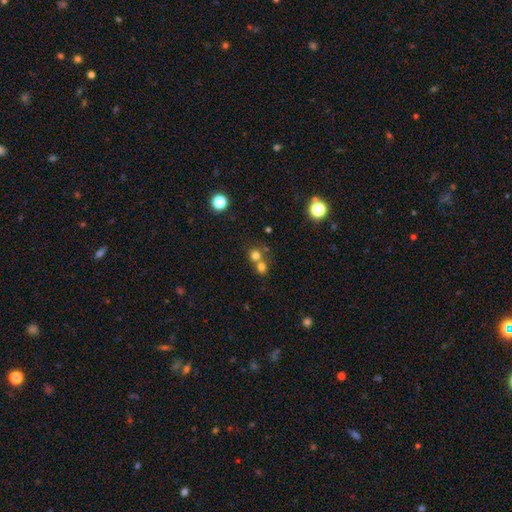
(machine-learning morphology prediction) Smooth or featured?
  - smooth: 72% *
  - star or artifact: 18%
  - featured or disk: 10%
How rounded?
  - round: 87% *
  - in between: 12%
  - cigar-shaped: 1%
Merging?
  - merger: 48% *
  - none: 45%
  - minor disturbance: 5%
  - major disturbance: 3%